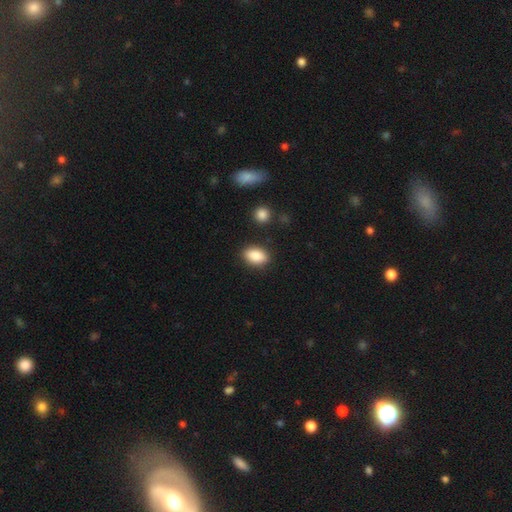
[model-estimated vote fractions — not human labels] This is clearly a smooth galaxy (88%). How rounded: clearly in between (89%). Merging: clearly none (86%).